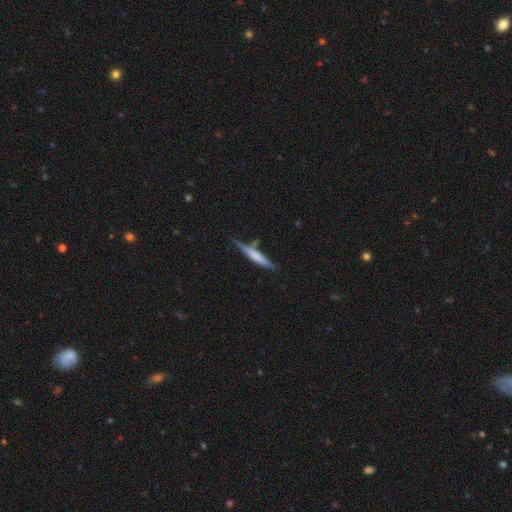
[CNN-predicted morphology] This appears to be a smooth galaxy with no disk features (55%) that is cigar-shaped (93%). Merging: none (73%).